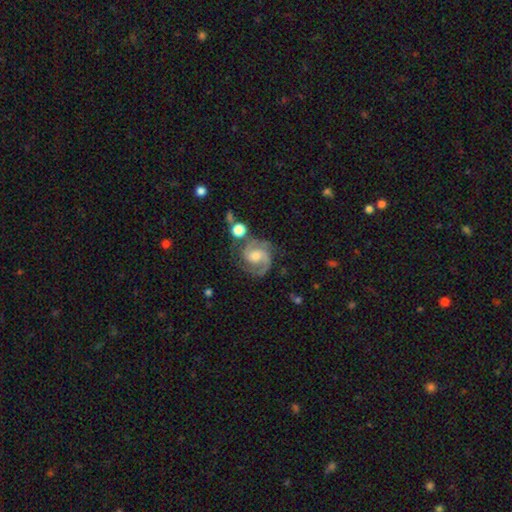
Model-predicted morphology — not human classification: smooth-or-featured: featured or disk: 89% | smooth: 6% | star or artifact: 5%
  disk-edge-on: no: 98% | yes: 2%
    bar: no: 45% | weak: 43% | strong: 12%
    has-spiral-arms: yes: 98% | no: 2%
      spiral-winding: medium: 53% | tight: 36% | loose: 10%
      spiral-arm-count: 2: 88% | 3: 5% | can't tell: 3% | 1: 2% | 4: 1% | more than 4: 1%
    bulge-size: moderate: 50% | small: 26% | large: 13% | none: 9% | dominant: 2%
  merging: none: 72% | minor disturbance: 16% | major disturbance: 7% | merger: 5%